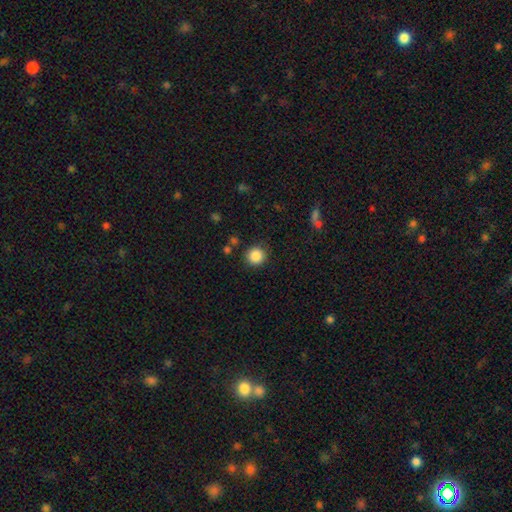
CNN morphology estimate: type=smooth (87%); roundness=round (93%); merging=none (88%).